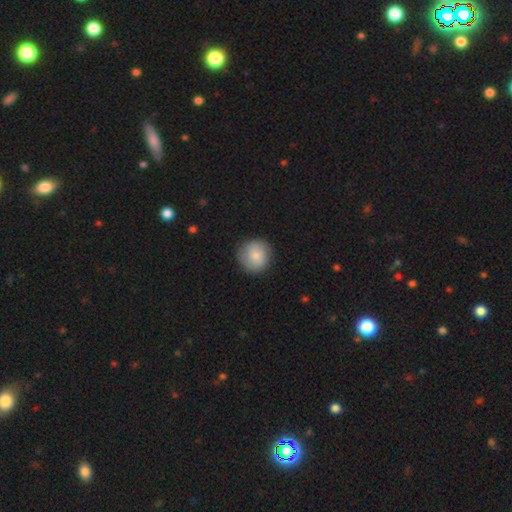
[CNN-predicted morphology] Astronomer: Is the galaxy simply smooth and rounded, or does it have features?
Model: smooth — 79%.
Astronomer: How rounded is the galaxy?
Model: round — 93%.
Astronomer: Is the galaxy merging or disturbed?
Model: none — 86%.